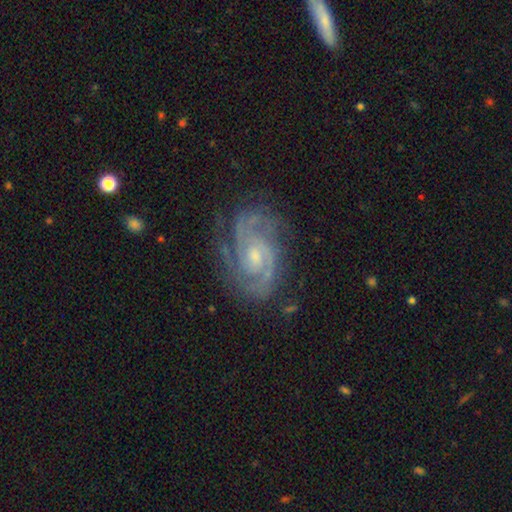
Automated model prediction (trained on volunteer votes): Q: Smooth or featured?
A: featured or disk (91%); runner-up: star or artifact (5%)
Q: Edge-on disk?
A: no (98%); runner-up: yes (2%)
Q: Bar?
A: no (57%); runner-up: weak (36%)
Q: Spiral arms?
A: yes (98%); runner-up: no (2%)
Q: Spiral winding?
A: tight (58%); runner-up: medium (37%)
Q: Spiral arm count?
A: 2 (60%); runner-up: 3 (20%)
Q: Bulge size?
A: small (58%); runner-up: moderate (36%)
Q: Merging?
A: none (76%); runner-up: minor disturbance (17%)